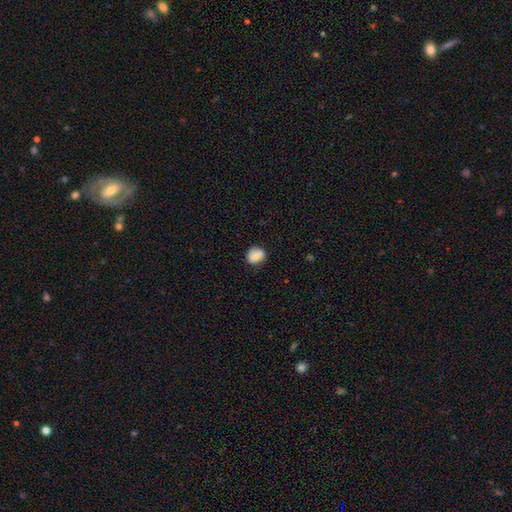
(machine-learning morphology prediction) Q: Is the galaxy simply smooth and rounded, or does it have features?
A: smooth — 79%.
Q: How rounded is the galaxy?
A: round — 68%.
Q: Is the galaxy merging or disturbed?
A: none — 78%.